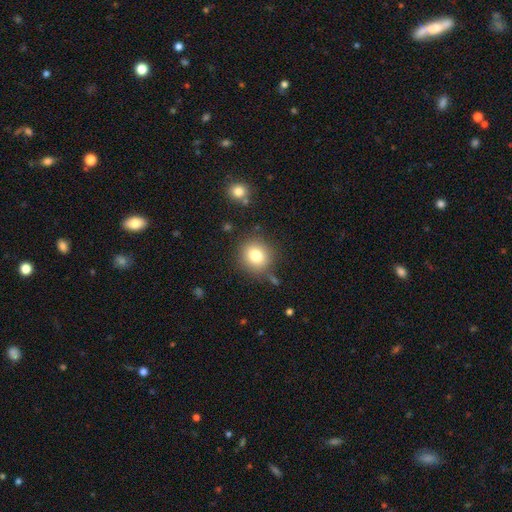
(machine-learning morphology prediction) Smooth or featured? smooth (79%)
How rounded? round (85%)
Merging? none (83%)